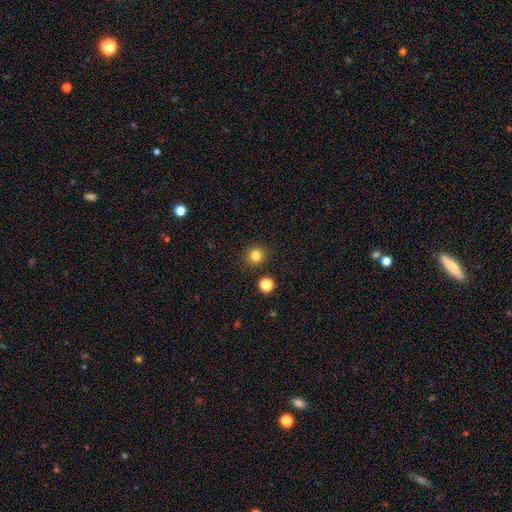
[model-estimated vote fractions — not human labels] This is clearly a smooth galaxy (82%). How rounded: clearly round (92%). Merging: clearly none (90%).